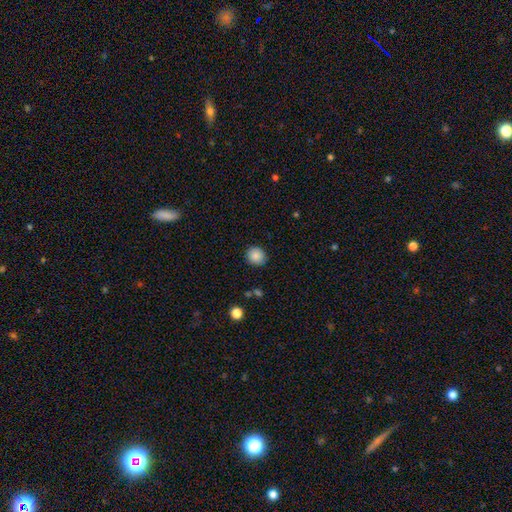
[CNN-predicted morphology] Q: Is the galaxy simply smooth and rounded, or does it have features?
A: smooth — 86%.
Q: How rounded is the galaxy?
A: round — 82%.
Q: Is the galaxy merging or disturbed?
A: none — 89%.